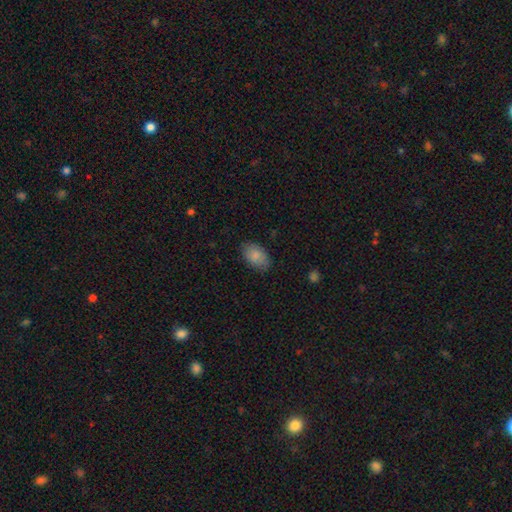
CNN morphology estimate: smooth_or_featured: smooth (p=0.87) [alt: star or artifact p=0.07]
how_rounded: in between (p=0.90) [alt: round p=0.09]
merging: none (p=0.82) [alt: minor disturbance p=0.14]